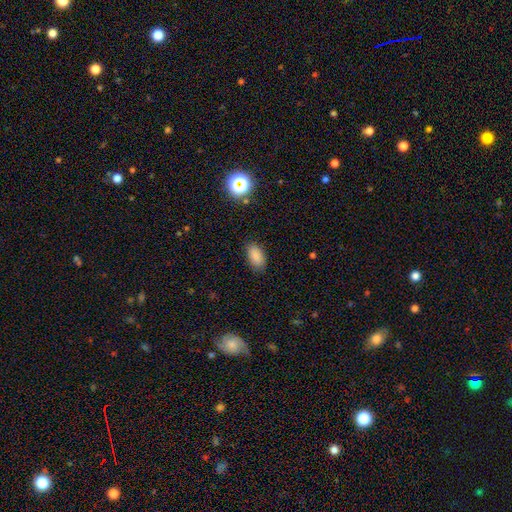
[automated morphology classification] smooth-or-featured: smooth: 86% | star or artifact: 10% | featured or disk: 4%
  how-rounded: in between: 92% | round: 5% | cigar-shaped: 3%
  merging: none: 85% | minor disturbance: 11% | major disturbance: 3% | merger: 1%